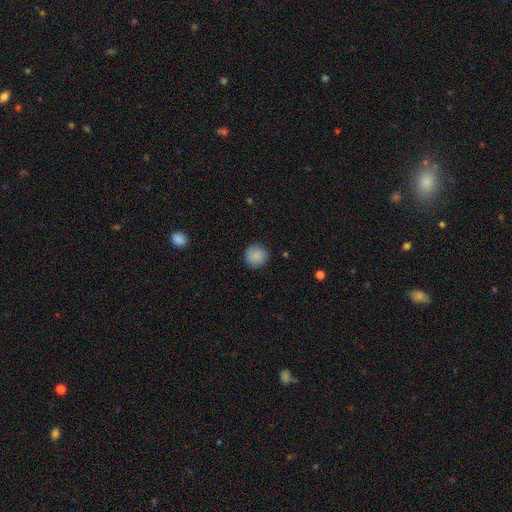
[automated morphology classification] This appears to be a smooth galaxy with no disk features (88%) that is round (93%). Merging: none (88%).